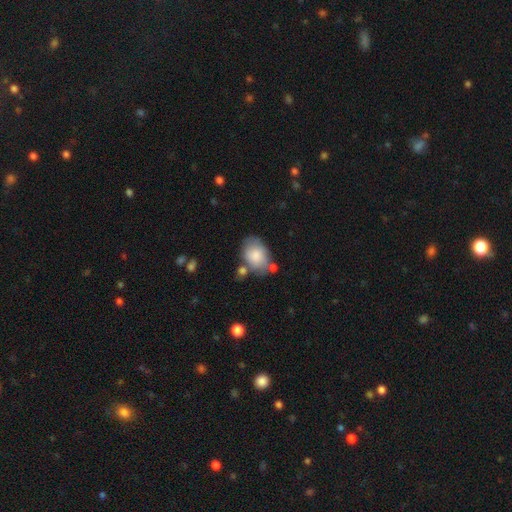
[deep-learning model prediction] smooth 79%, featured or disk 14%, star or artifact 7%. Down the decision tree: how rounded — in between (80%); merging — none (53%).